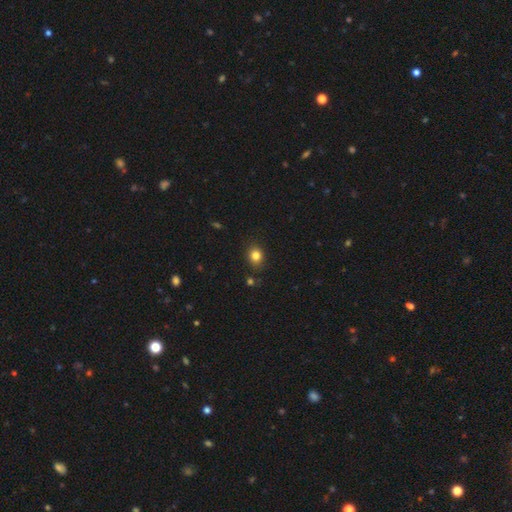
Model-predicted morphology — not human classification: Smooth or featured?
  - smooth: 83% *
  - star or artifact: 12%
  - featured or disk: 6%
How rounded?
  - round: 69% *
  - in between: 30%
  - cigar-shaped: 1%
Merging?
  - none: 86% *
  - minor disturbance: 10%
  - major disturbance: 2%
  - merger: 2%